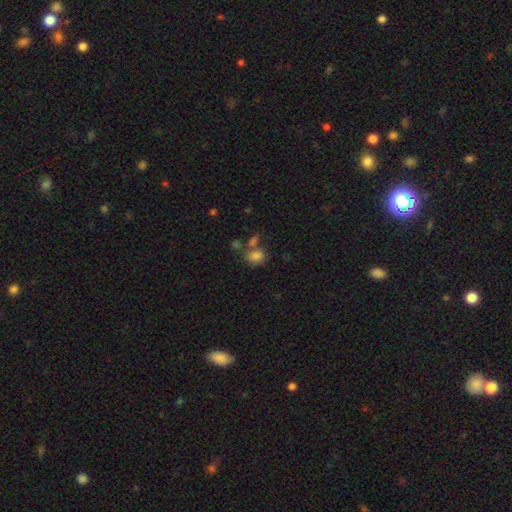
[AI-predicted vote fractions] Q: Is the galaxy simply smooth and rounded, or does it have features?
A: smooth — 80%.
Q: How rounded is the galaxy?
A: in between — 59%.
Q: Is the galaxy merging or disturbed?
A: none — 46%.